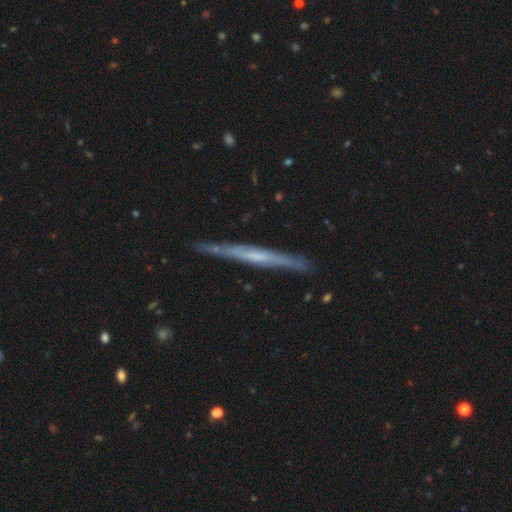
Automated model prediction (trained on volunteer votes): Morphology: type=featured or disk (68%); edge-on=yes (96%); edge-on bulge=none (67%); merging=none (86%).